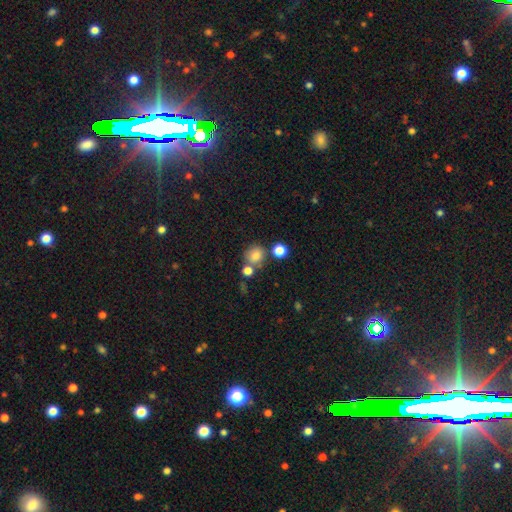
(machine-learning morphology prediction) A smooth galaxy with no disk features (78%) that is round (83%). Merging: none (65%).